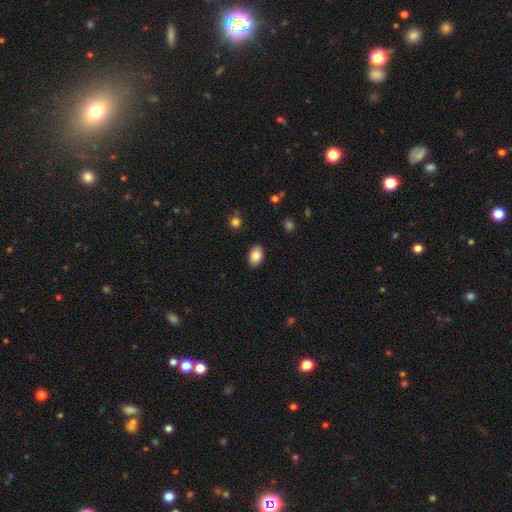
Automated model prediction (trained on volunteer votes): Smooth or featured?
  - smooth: 87% *
  - star or artifact: 8%
  - featured or disk: 5%
How rounded?
  - in between: 88% *
  - round: 11%
  - cigar-shaped: 1%
Merging?
  - none: 88% *
  - minor disturbance: 9%
  - major disturbance: 2%
  - merger: 1%